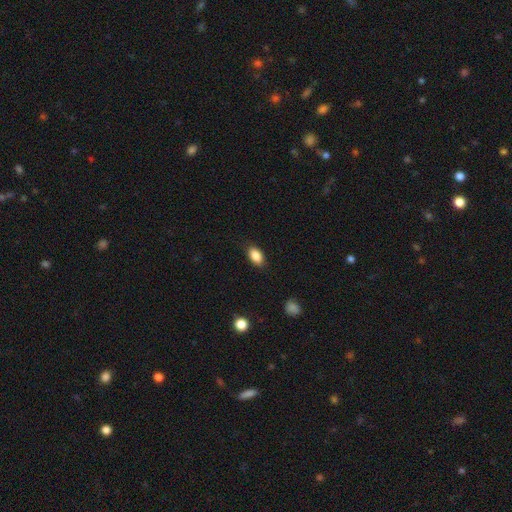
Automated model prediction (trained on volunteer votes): A smooth galaxy with no disk features (87%) that is in between round and cigar-shaped (90%). Merging: none (86%).